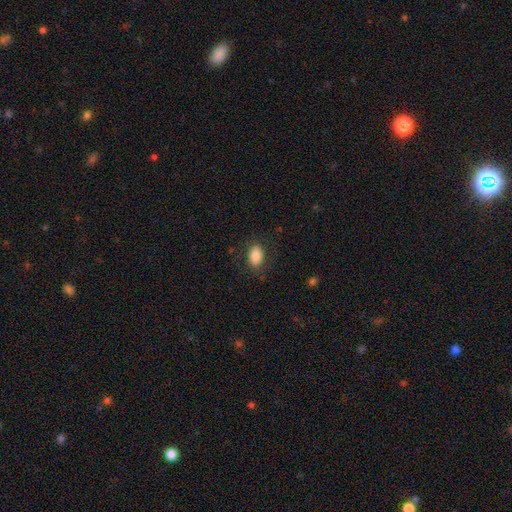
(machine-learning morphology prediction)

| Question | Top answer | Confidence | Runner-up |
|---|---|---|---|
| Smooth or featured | smooth | 83% | featured or disk (9%) |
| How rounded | in between | 85% | round (14%) |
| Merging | none | 82% | minor disturbance (12%) |